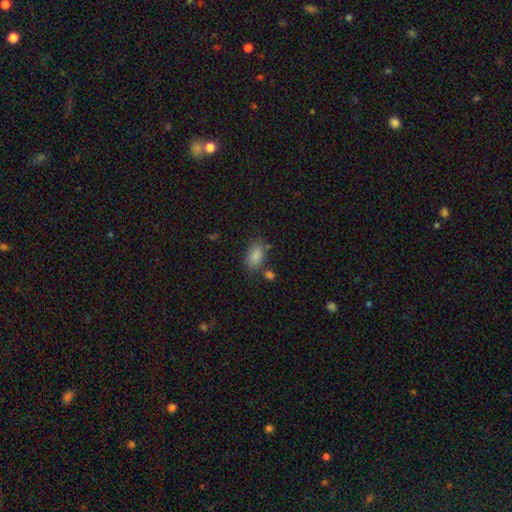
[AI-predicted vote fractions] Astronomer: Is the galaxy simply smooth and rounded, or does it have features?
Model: smooth — 85%.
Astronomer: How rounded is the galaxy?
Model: in between — 89%.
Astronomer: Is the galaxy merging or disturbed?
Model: none — 63%.